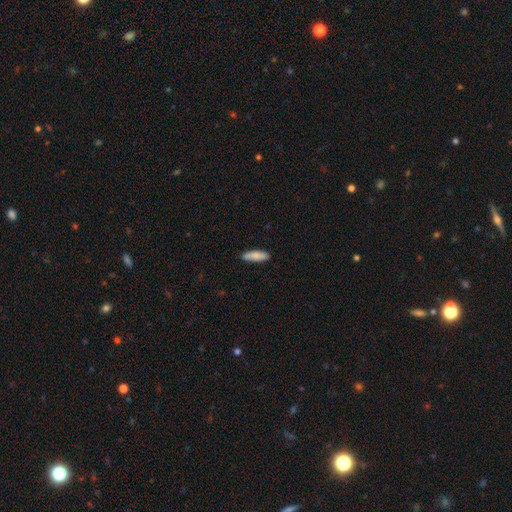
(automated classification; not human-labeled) Smooth or featured? Predicted: smooth (p=0.84). How rounded? Predicted: cigar-shaped (p=0.64). Merging? Predicted: none (p=0.85).